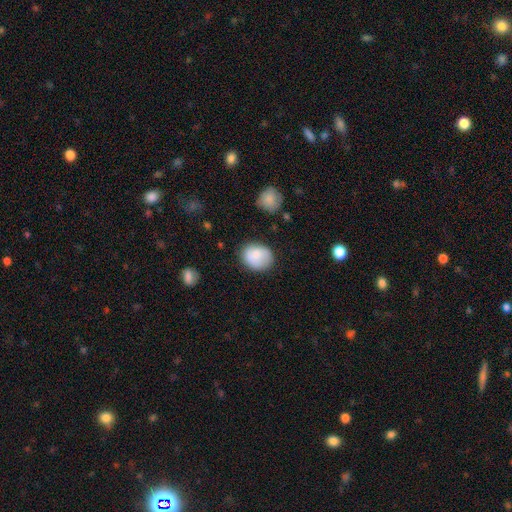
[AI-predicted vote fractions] Smooth or featured: smooth — 77% (featured or disk — 16%)
How rounded: round — 56% (in between — 43%)
Merging: none — 75% (minor disturbance — 18%)